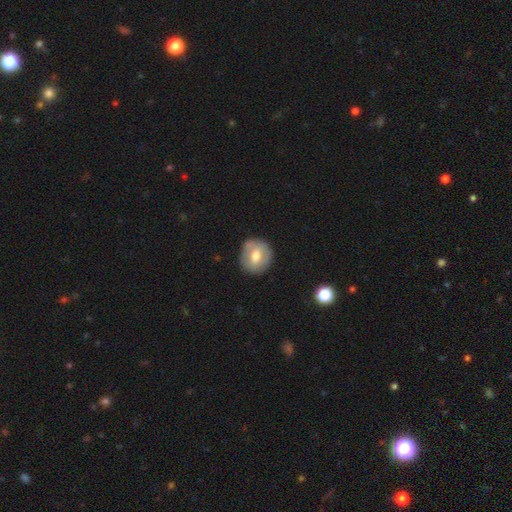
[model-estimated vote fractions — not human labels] The model was most divided on "smooth or featured": smooth: 54%, featured or disk: 39%, star or artifact: 7%. More confident: merging — none (80%); how rounded — round (78%).